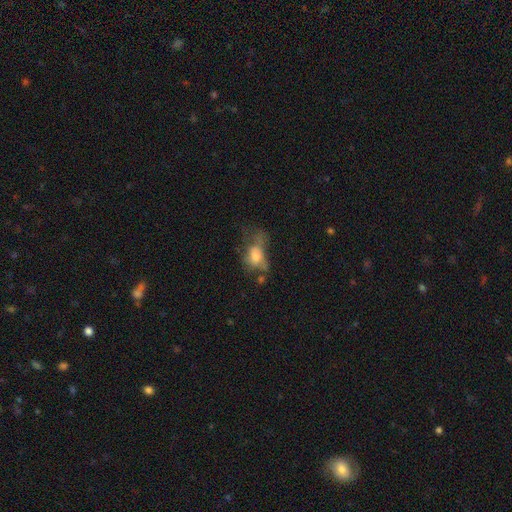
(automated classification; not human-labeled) smooth_or_featured: smooth (p=0.55) [alt: featured or disk p=0.33]
how_rounded: in between (p=0.76) [alt: round p=0.21]
merging: major disturbance (p=0.47) [alt: none p=0.24]